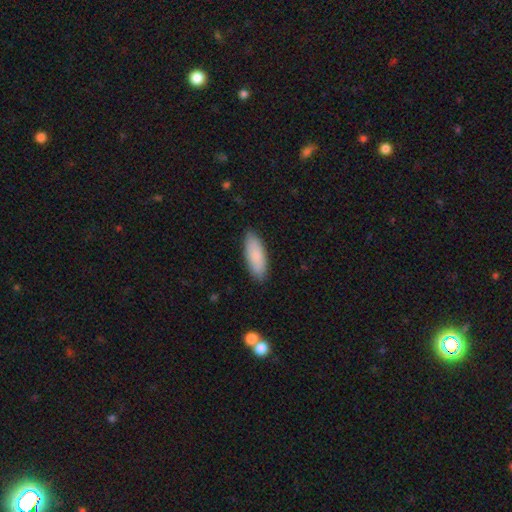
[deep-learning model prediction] Smooth or featured? smooth (86%)
How rounded? in between (68%)
Merging? none (88%)